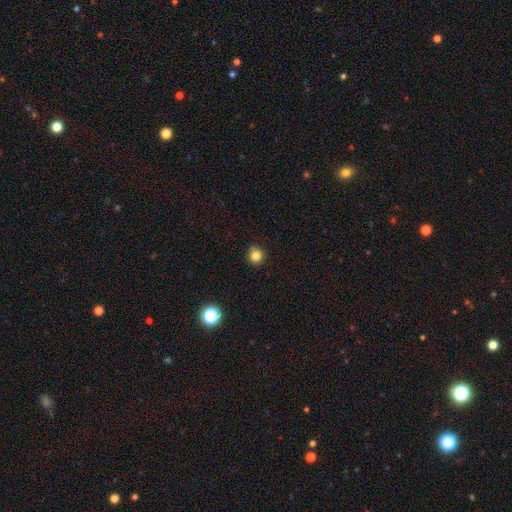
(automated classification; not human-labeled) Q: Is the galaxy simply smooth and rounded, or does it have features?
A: smooth — 81%.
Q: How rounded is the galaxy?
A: round — 92%.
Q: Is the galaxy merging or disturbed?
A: none — 84%.